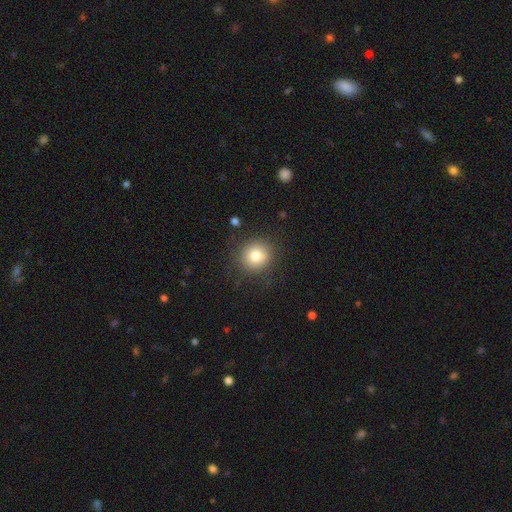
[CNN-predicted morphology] smooth_or_featured: smooth (p=0.80) [alt: star or artifact p=0.11]
how_rounded: round (p=0.89) [alt: in between p=0.10]
merging: none (p=0.85) [alt: minor disturbance p=0.10]